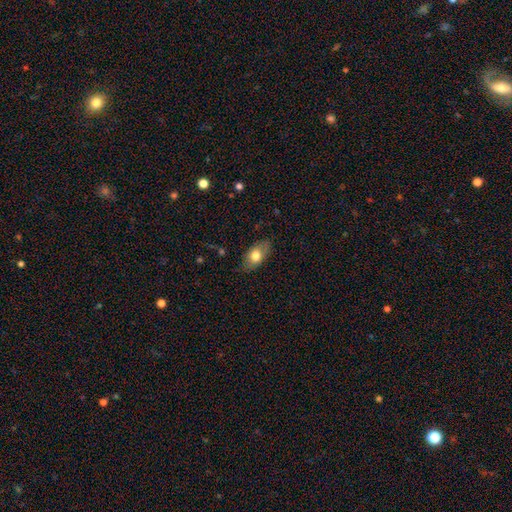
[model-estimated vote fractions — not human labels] Overall: smooth (71%). How rounded: in between (89%). Merging: none (78%).